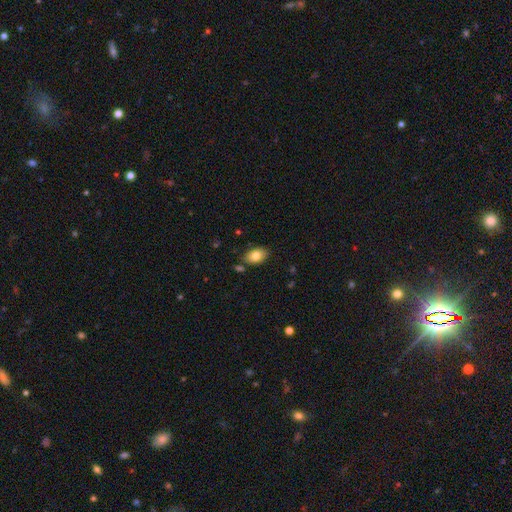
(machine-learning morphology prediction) Smooth or featured: smooth — 80% (featured or disk — 12%)
How rounded: in between — 89% (round — 10%)
Merging: none — 81% (minor disturbance — 13%)